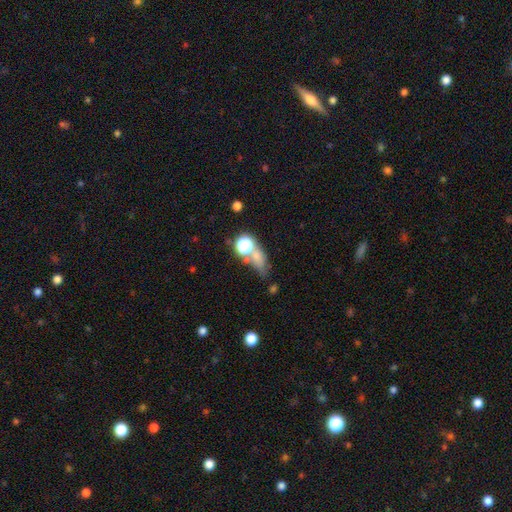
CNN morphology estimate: Smooth or featured? smooth (59%)
How rounded? in between (52%)
Merging? none (42%)